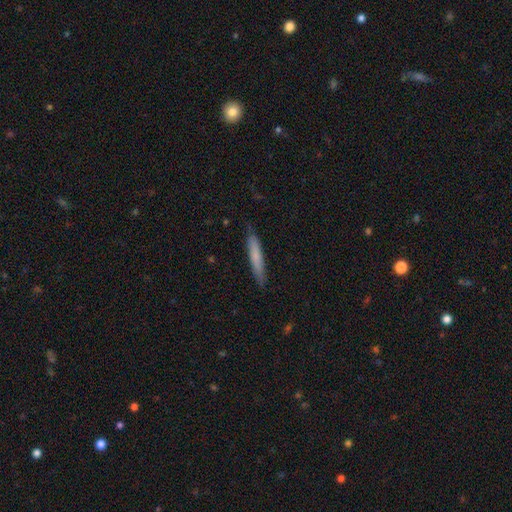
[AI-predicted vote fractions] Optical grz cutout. It shows a smooth galaxy with no disk features (72%) that is cigar-shaped (93%). Merging: none (84%).